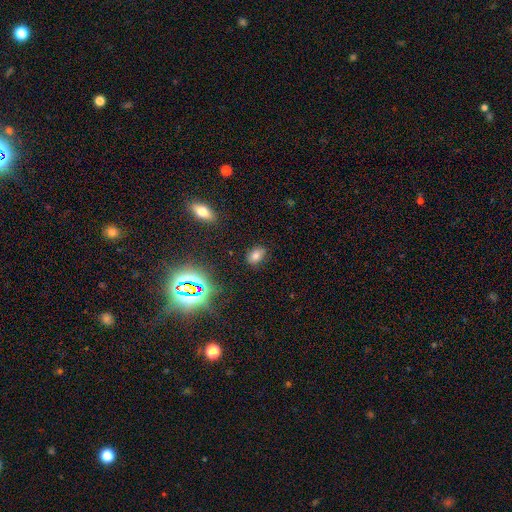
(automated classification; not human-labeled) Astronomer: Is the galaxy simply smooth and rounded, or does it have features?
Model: smooth — 69%.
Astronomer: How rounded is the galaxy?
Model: in between — 79%.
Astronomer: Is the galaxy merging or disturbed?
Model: none — 84%.